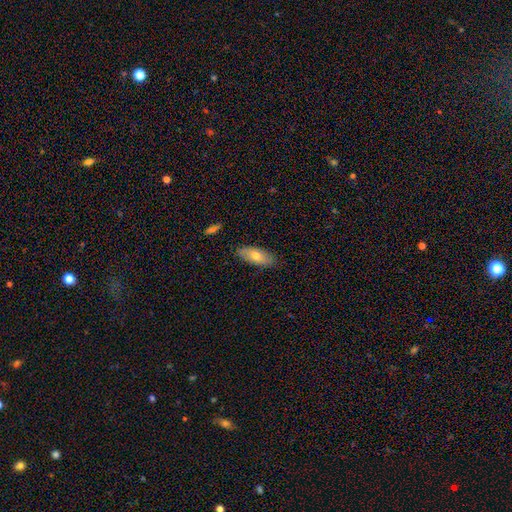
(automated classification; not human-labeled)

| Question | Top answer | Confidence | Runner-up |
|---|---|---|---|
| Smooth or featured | smooth | 72% | featured or disk (22%) |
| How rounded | in between | 83% | cigar-shaped (15%) |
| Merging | none | 85% | minor disturbance (12%) |